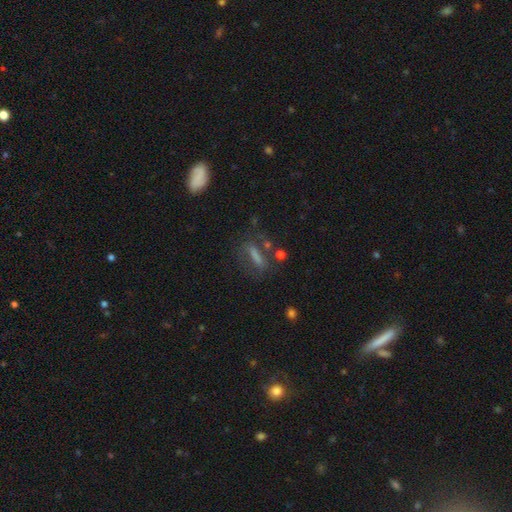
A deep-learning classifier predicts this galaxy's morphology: Smooth or featured?
  - smooth: 47% *
  - featured or disk: 32%
  - star or artifact: 21%
Merging?
  - none: 61% *
  - minor disturbance: 17%
  - major disturbance: 15%
  - merger: 6%